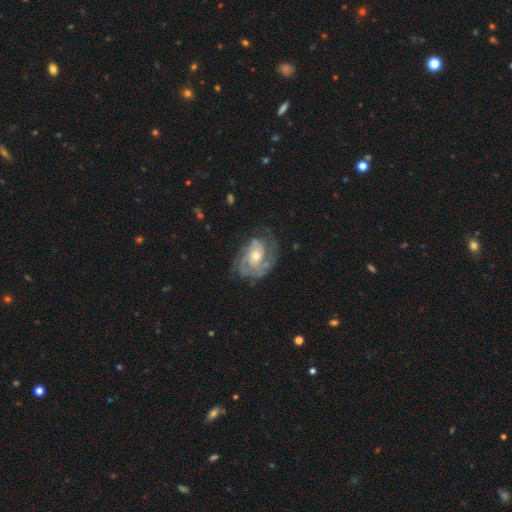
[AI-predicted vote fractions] This appears to be a featured or disk galaxy (83%) with no bar (74%), 2 (31%) tight (57%) spiral arms (92%) and a moderate central bulge (51%). Merging: none (64%).